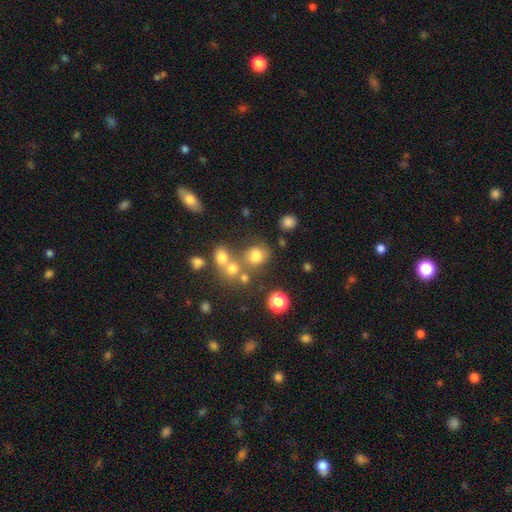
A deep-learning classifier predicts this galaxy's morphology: This appears to be a smooth galaxy with no disk features (71%) that is round (62%). Merging: none (50%).